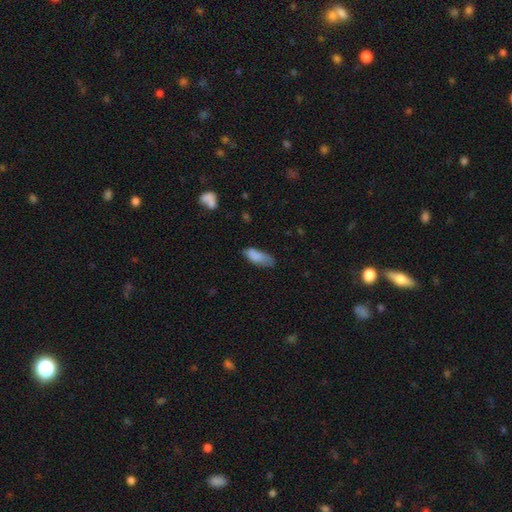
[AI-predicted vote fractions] The model was most divided on "merging": none: 49%, minor disturbance: 36%, major disturbance: 12%, merger: 3%. More confident: smooth or featured — smooth (83%); how rounded — in between (77%).